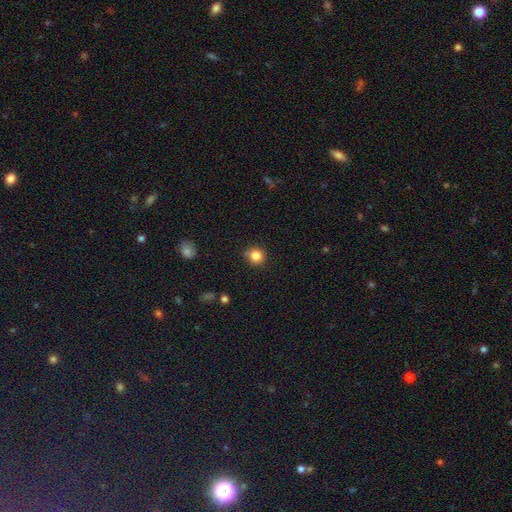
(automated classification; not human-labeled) A smooth galaxy with no disk features (84%) that is round (92%). Merging: none (83%).